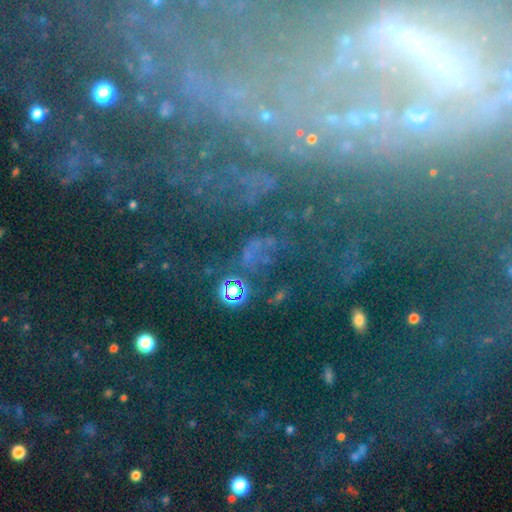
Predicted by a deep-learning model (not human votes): The model was most divided on "smooth or featured": star or artifact: 58%, smooth: 21%, featured or disk: 21%.